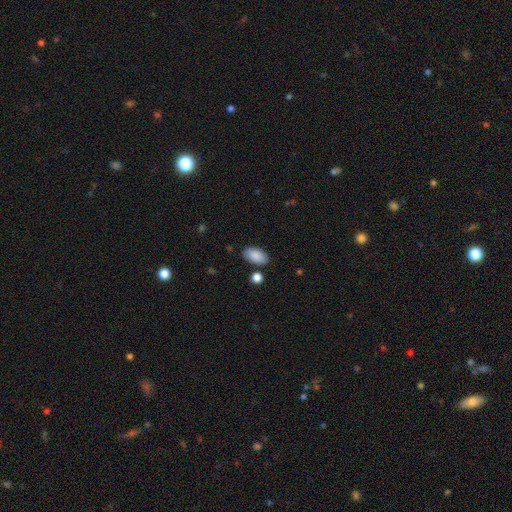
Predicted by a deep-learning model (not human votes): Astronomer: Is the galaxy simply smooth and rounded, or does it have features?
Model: smooth — 88%.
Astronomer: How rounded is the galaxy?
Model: in between — 95%.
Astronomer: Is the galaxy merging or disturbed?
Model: none — 82%.